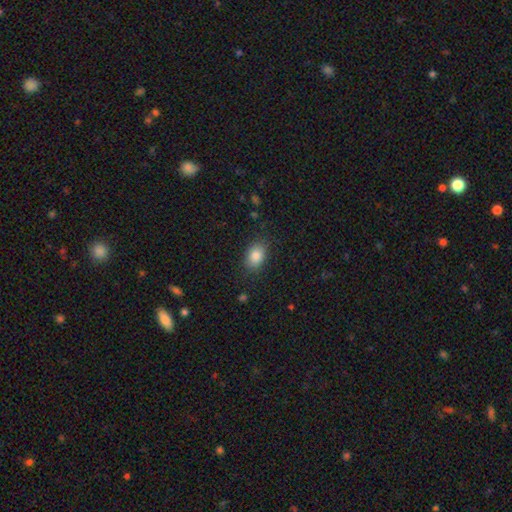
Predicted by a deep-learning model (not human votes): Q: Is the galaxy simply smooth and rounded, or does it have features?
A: smooth — 85%.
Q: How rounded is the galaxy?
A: in between — 80%.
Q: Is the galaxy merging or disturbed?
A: none — 82%.